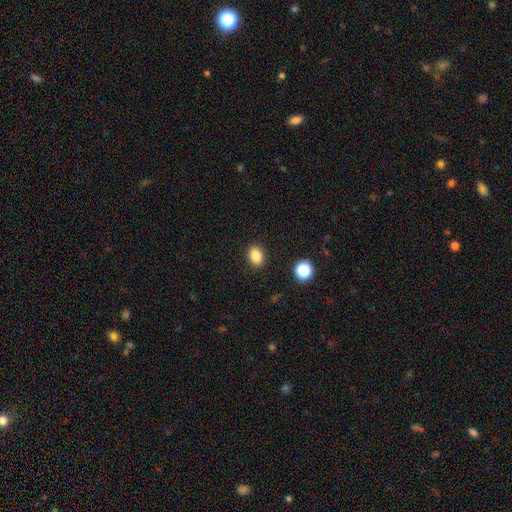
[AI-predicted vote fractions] Smooth or featured: smooth — 85% (star or artifact — 11%)
How rounded: in between — 66% (round — 33%)
Merging: none — 89% (minor disturbance — 7%)